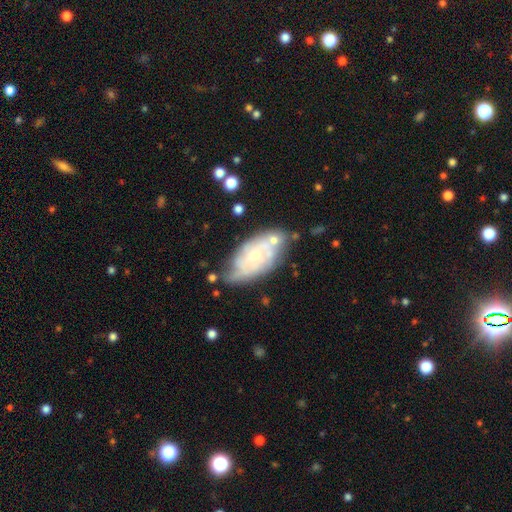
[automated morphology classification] This is likely a featured or disk galaxy (67%). It is clearly not viewed edge-on (93%). Bar: likely no (73%). Spiral arm pattern: likely yes (73%). Central bulge: possibly small (52%). Merging: possibly none (53%).